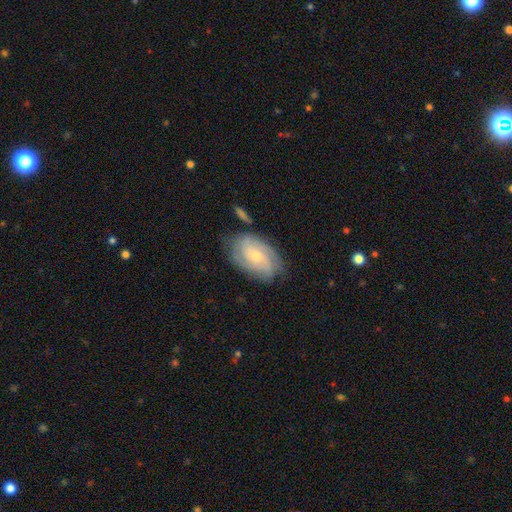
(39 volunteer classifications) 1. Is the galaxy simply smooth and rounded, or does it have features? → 77% featured or disk, 15% smooth, 8% star or artifact.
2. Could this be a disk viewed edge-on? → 93% no, 7% yes.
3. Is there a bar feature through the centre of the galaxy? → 54% no, 43% weak, 4% strong.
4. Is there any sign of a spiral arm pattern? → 96% yes, 4% no.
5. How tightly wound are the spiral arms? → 37% medium, 33% tight, 30% loose.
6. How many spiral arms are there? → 37% 2, 33% 4, 26% can't tell, 4% 3, 0% 1, 0% more than 4.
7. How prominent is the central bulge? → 68% small, 32% moderate, 0% dominant, 0% large, 0% none.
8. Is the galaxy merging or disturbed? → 75% none, 19% minor disturbance, 6% major disturbance, 0% merger.